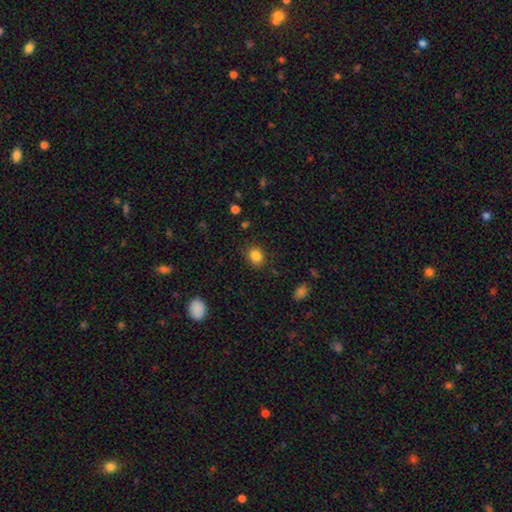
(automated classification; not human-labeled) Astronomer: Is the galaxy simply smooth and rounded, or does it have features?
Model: smooth — 84%.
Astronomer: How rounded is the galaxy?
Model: round — 65%.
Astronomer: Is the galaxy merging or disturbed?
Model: none — 85%.